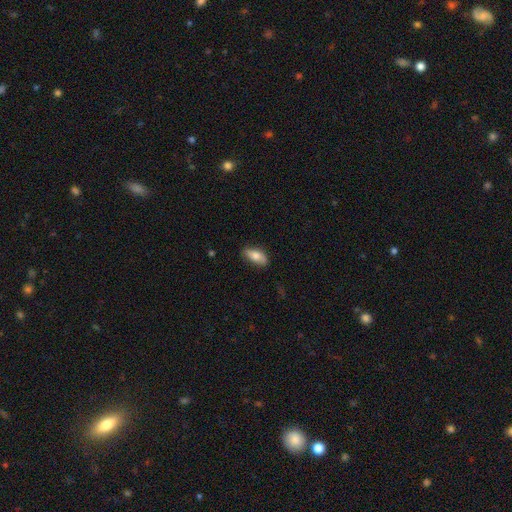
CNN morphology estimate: Smooth or featured? Predicted: smooth (p=0.77). How rounded? Predicted: in between (p=0.83). Merging? Predicted: none (p=0.80).